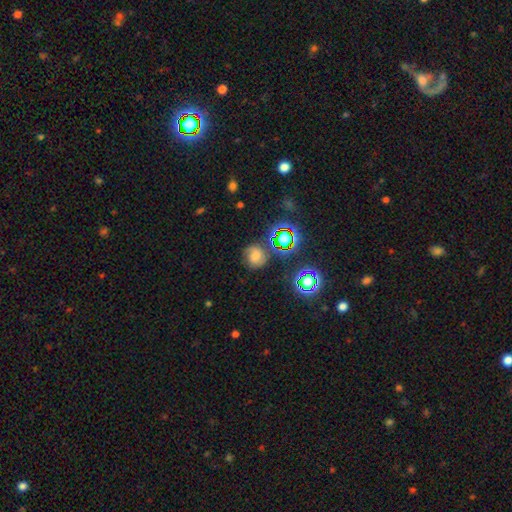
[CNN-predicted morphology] This is possibly a smooth galaxy (45%). Merging: likely none (68%).